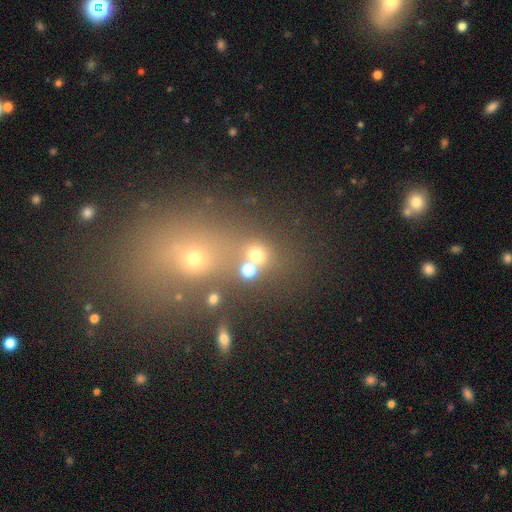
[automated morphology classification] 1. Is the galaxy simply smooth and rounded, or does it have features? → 68% smooth, 23% star or artifact, 9% featured or disk.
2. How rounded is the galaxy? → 83% round, 16% in between, 1% cigar-shaped.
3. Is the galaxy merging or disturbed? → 61% none, 25% merger, 8% minor disturbance, 6% major disturbance.